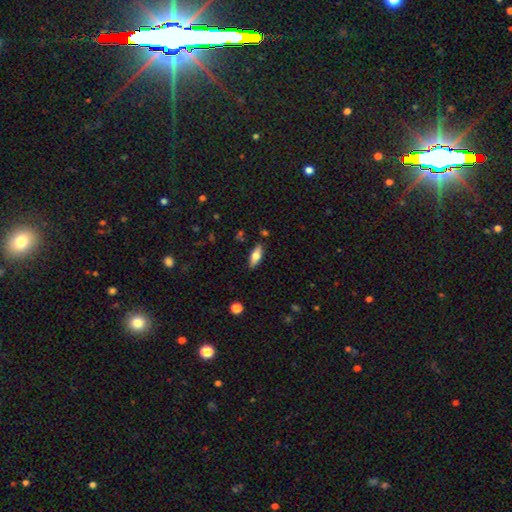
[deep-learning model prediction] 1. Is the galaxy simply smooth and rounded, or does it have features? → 61% smooth, 32% featured or disk, 7% star or artifact.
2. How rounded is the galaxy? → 67% in between, 30% cigar-shaped, 3% round.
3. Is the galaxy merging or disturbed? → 86% none, 10% minor disturbance, 2% major disturbance, 2% merger.